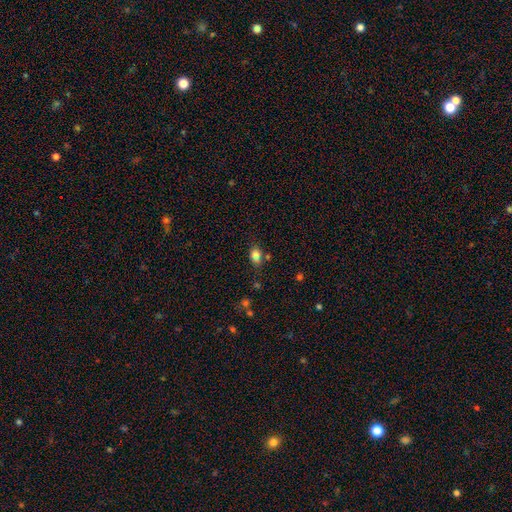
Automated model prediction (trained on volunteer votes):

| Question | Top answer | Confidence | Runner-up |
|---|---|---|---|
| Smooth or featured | smooth | 81% | star or artifact (11%) |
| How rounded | in between | 75% | round (23%) |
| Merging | none | 67% | minor disturbance (18%) |